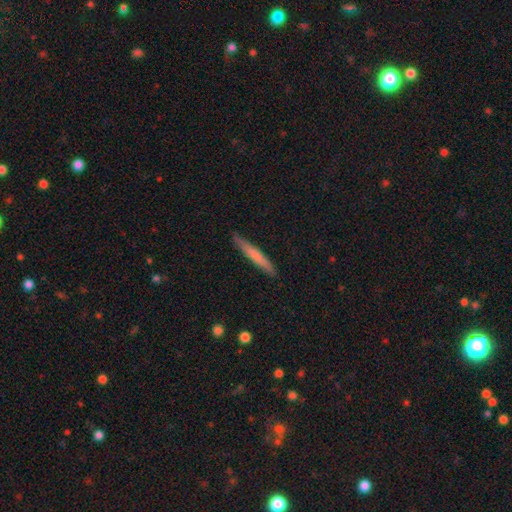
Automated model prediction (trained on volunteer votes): Smooth or featured?
  - smooth: 66% *
  - featured or disk: 28%
  - star or artifact: 5%
How rounded?
  - cigar-shaped: 96% *
  - in between: 3%
  - round: 1%
Merging?
  - none: 88% *
  - minor disturbance: 10%
  - major disturbance: 2%
  - merger: 1%